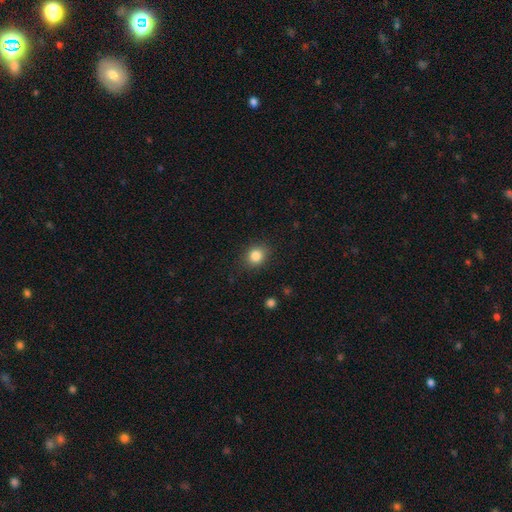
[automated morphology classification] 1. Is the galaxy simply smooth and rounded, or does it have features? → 84% smooth, 10% star or artifact, 5% featured or disk.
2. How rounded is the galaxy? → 70% round, 29% in between, 1% cigar-shaped.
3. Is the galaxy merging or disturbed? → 86% none, 10% minor disturbance, 3% major disturbance, 1% merger.